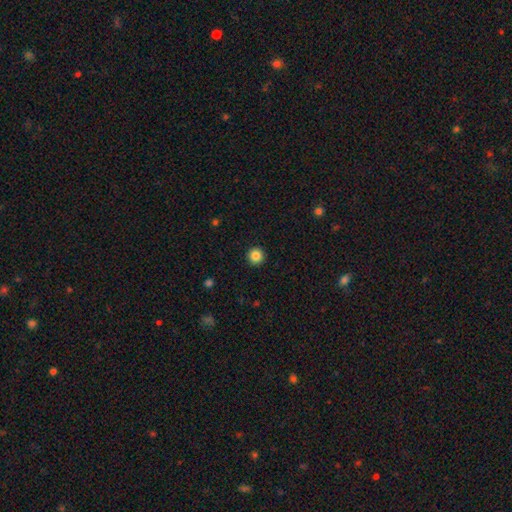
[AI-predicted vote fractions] Q: Smooth or featured?
A: smooth (86%); runner-up: star or artifact (10%)
Q: How rounded?
A: round (96%); runner-up: in between (3%)
Q: Merging?
A: none (94%); runner-up: minor disturbance (4%)